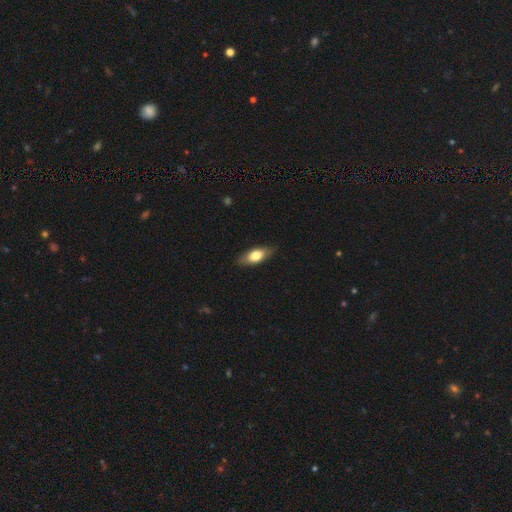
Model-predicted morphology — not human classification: A smooth galaxy with no disk features (69%) that is in between round and cigar-shaped (80%).

Vote fractions:
- Smooth or featured? smooth: 69% / featured or disk: 24% / star or artifact: 6%
- How rounded? in between: 80% / cigar-shaped: 16% / round: 4%
- Merging? none: 79% / minor disturbance: 17% / major disturbance: 3% / merger: 1%